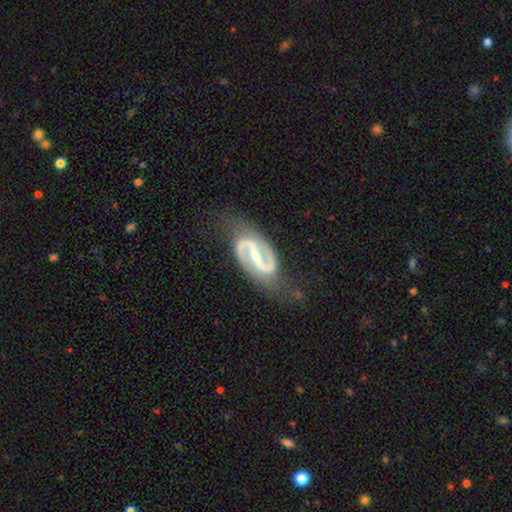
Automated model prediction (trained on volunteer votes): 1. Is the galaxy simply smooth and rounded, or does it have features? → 93% featured or disk, 4% star or artifact, 3% smooth.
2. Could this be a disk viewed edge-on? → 97% no, 3% yes.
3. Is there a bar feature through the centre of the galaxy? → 67% strong, 24% weak, 9% no.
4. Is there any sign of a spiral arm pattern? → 97% yes, 3% no.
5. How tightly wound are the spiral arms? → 53% medium, 27% loose, 20% tight.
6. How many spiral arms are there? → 94% 2, 2% can't tell, 1% 1, 1% 3, 1% 4, 1% more than 4.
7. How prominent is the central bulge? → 62% small, 29% moderate, 6% none, 2% large, 1% dominant.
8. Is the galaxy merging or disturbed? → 69% none, 20% minor disturbance, 9% major disturbance, 2% merger.